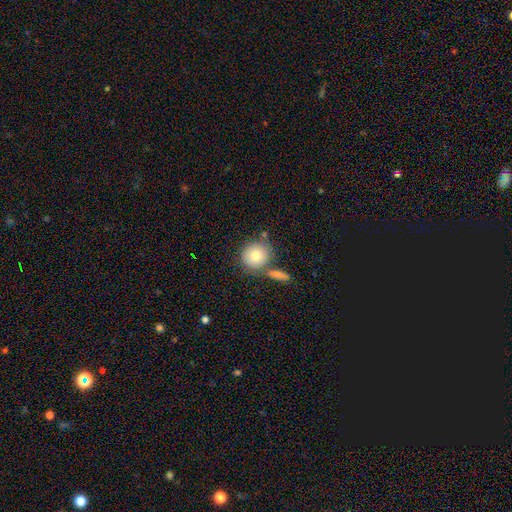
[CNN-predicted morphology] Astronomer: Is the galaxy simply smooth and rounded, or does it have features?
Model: smooth — 77%.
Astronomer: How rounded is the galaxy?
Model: round — 88%.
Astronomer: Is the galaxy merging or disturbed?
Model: none — 67%.